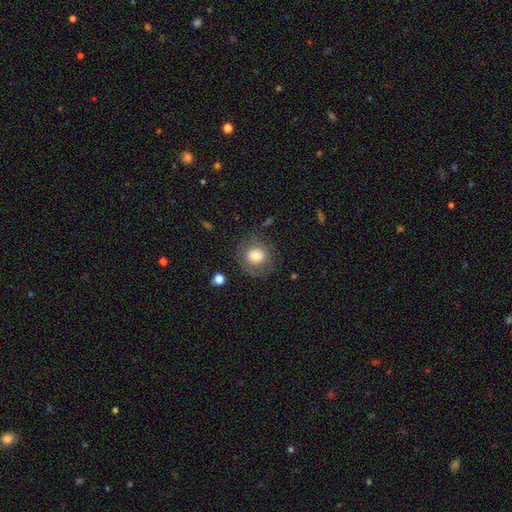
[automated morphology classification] smooth 67%, featured or disk 24%, star or artifact 9%. Down the decision tree: how rounded — round (86%); merging — none (70%).